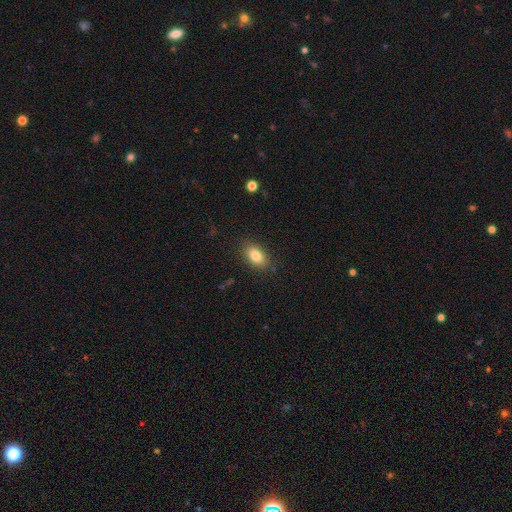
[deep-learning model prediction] A smooth galaxy with no disk features (84%) that is in between round and cigar-shaped (89%). Merging: none (86%).